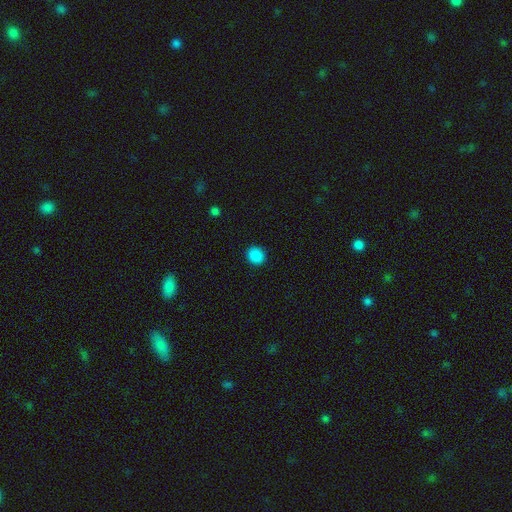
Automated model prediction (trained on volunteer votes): Smooth or featured?
  - smooth: 88% *
  - star or artifact: 10%
  - featured or disk: 2%
How rounded?
  - round: 81% *
  - in between: 18%
  - cigar-shaped: 1%
Merging?
  - none: 91% *
  - minor disturbance: 6%
  - major disturbance: 2%
  - merger: 1%